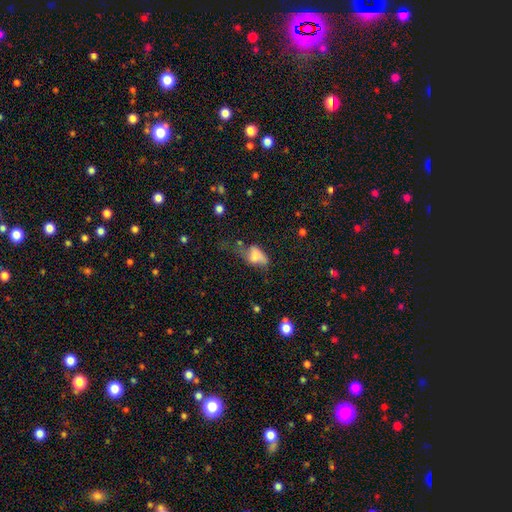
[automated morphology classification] This appears to be a smooth galaxy with no disk features (61%) that is in between round and cigar-shaped (85%). Merging: major disturbance (41%).